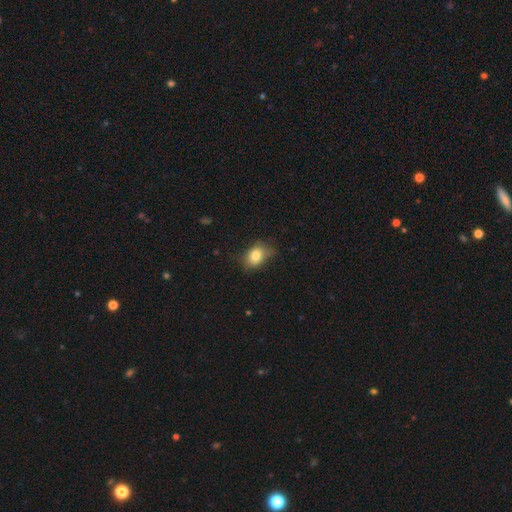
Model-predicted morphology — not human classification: Smooth or featured? Predicted: smooth (p=0.81). How rounded? Predicted: in between (p=0.72). Merging? Predicted: none (p=0.60).